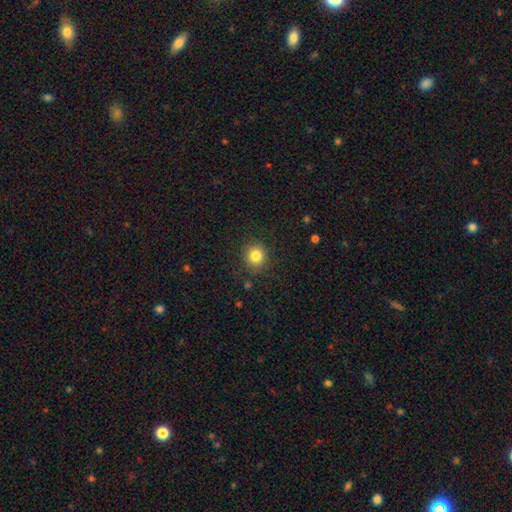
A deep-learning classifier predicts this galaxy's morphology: Smooth or featured: smooth — 83% (star or artifact — 12%)
How rounded: round — 91% (in between — 8%)
Merging: none — 88% (minor disturbance — 8%)